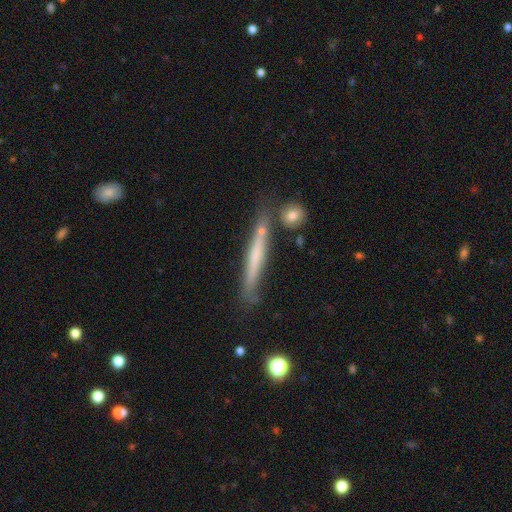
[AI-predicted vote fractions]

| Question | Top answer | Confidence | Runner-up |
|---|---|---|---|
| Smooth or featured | smooth | 49% | featured or disk (45%) |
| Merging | none | 72% | minor disturbance (16%) |